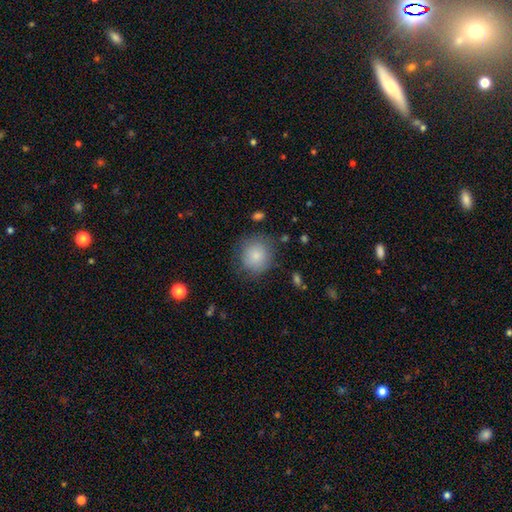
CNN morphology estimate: Smooth or featured? Predicted: smooth (p=0.83). How rounded? Predicted: round (p=0.89). Merging? Predicted: none (p=0.75).